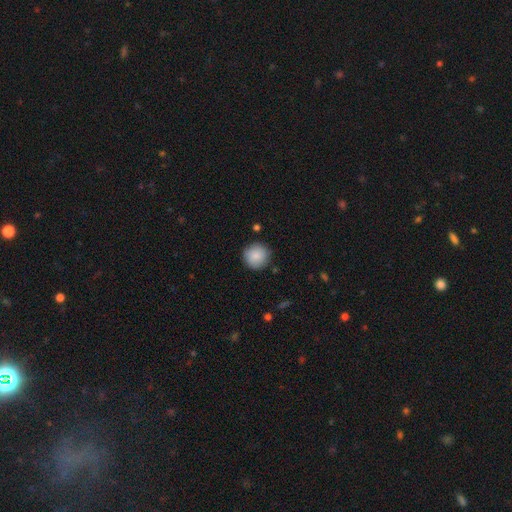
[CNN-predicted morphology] smooth 88%, star or artifact 7%, featured or disk 5%. Down the decision tree: how rounded — round (94%); merging — none (88%).